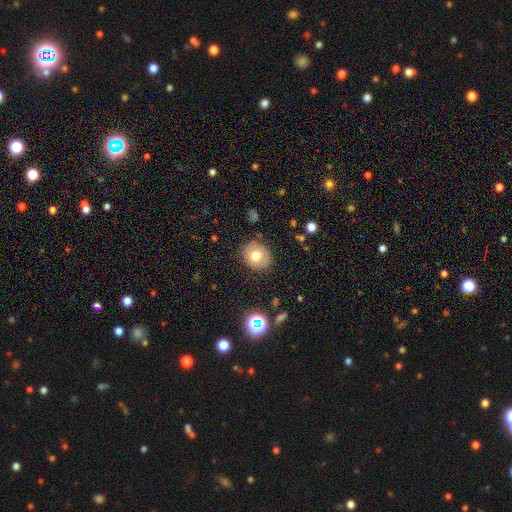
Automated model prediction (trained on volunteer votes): This appears to be a smooth galaxy with no disk features (72%) that is round (70%). Merging: none (84%).